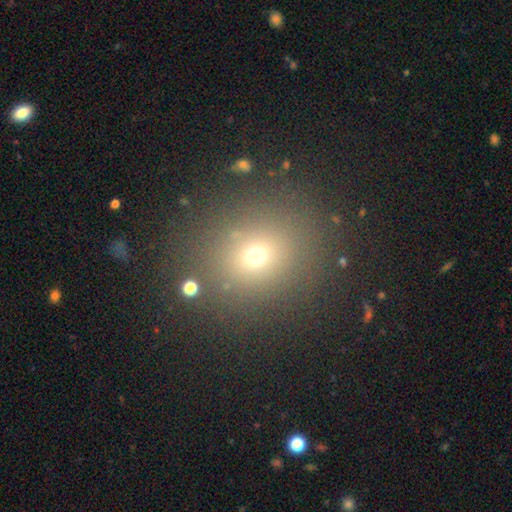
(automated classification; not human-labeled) Smooth or featured? Predicted: smooth (p=0.66). How rounded? Predicted: round (p=0.75). Merging? Predicted: none (p=0.84).